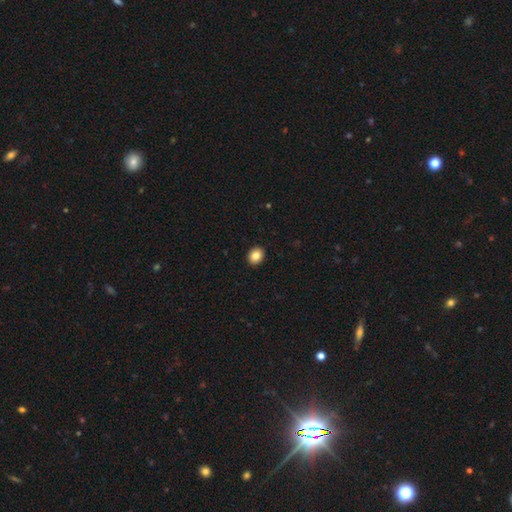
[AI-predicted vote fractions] The model was most divided on "how rounded": round: 55%, in between: 44%, cigar-shaped: 1%. More confident: merging — none (92%); smooth or featured — smooth (85%).